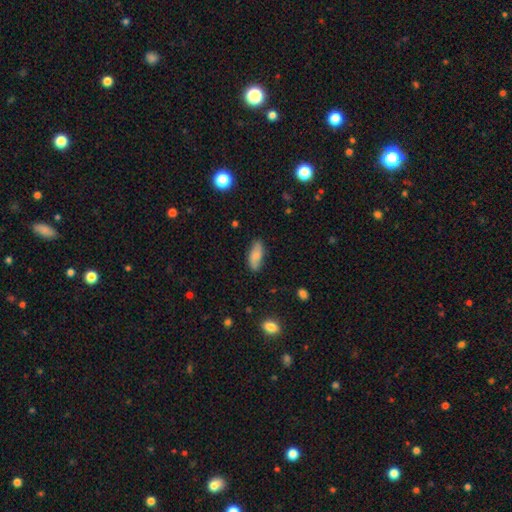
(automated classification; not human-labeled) Smooth or featured?
  - smooth: 78% *
  - featured or disk: 15%
  - star or artifact: 7%
How rounded?
  - in between: 77% *
  - cigar-shaped: 21%
  - round: 3%
Merging?
  - none: 78% *
  - minor disturbance: 17%
  - major disturbance: 3%
  - merger: 2%